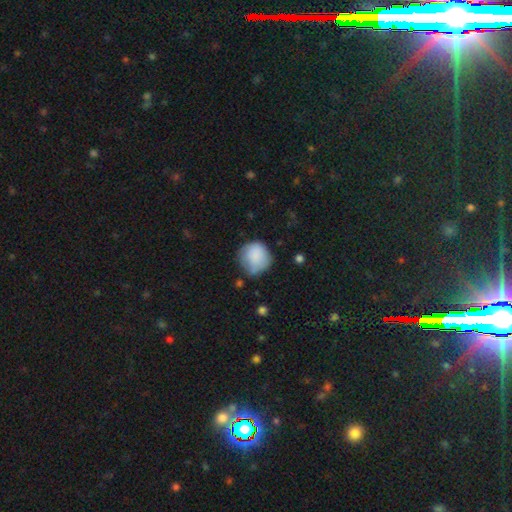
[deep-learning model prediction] smooth_or_featured: smooth (p=0.83) [alt: featured or disk p=0.10]
how_rounded: round (p=0.87) [alt: in between p=0.12]
merging: none (p=0.54) [alt: minor disturbance p=0.32]